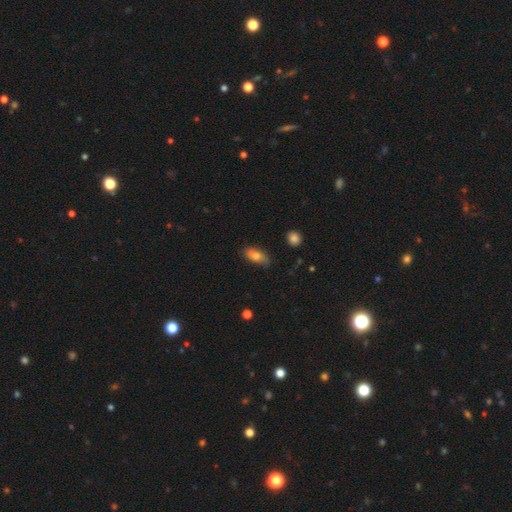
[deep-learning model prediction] This is likely a smooth galaxy (75%). How rounded: clearly in between (88%). Merging: likely none (72%).